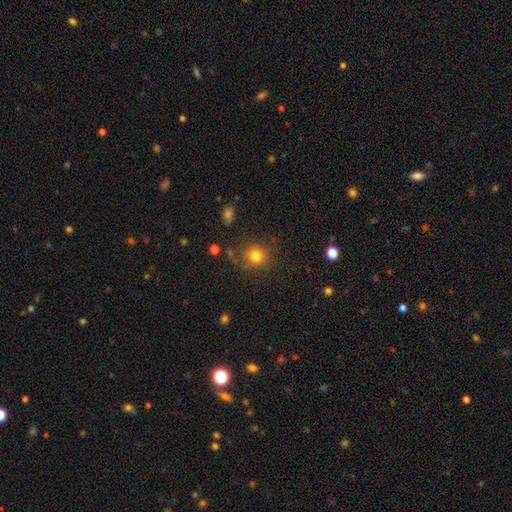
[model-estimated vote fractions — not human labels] This appears to be a smooth galaxy with no disk features (81%) that is round (86%). Merging: none (78%).